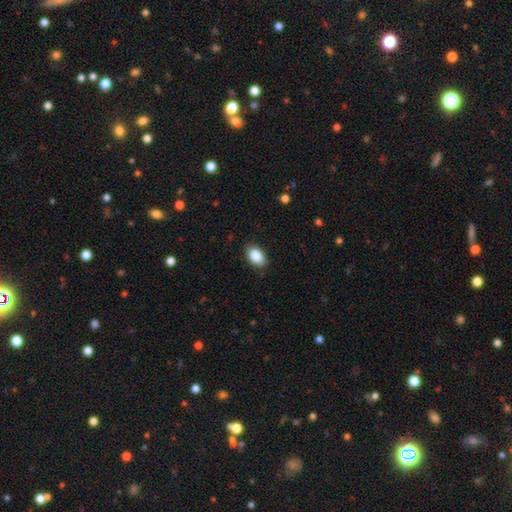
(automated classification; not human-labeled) smooth-or-featured: smooth: 88% | star or artifact: 7% | featured or disk: 5%
  how-rounded: in between: 91% | round: 7% | cigar-shaped: 1%
  merging: none: 87% | minor disturbance: 10% | major disturbance: 2% | merger: 1%